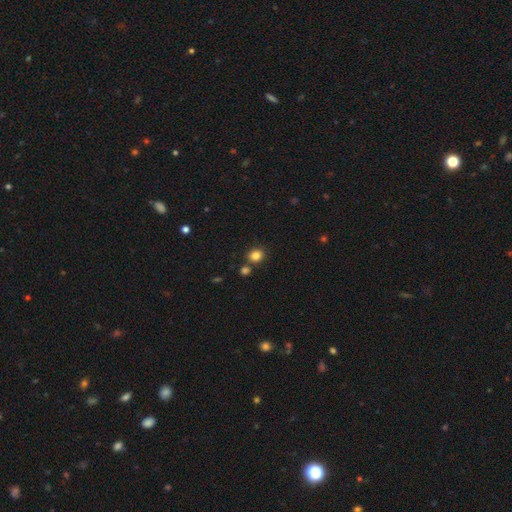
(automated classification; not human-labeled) Smooth or featured? Predicted: smooth (p=0.83). How rounded? Predicted: round (p=0.75). Merging? Predicted: none (p=0.76).